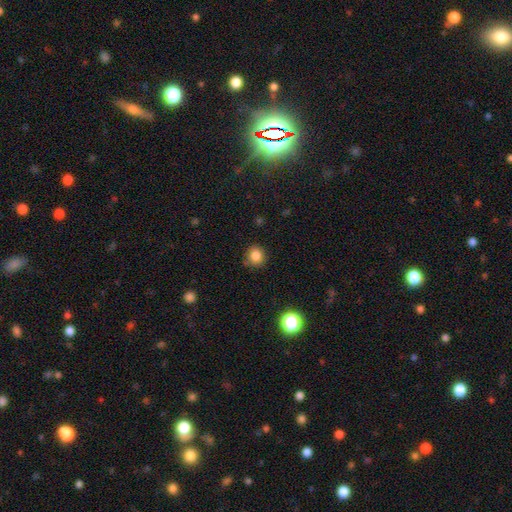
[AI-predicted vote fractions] Smooth or featured: smooth — 83% (star or artifact — 11%)
How rounded: round — 83% (in between — 16%)
Merging: none — 82% (minor disturbance — 14%)